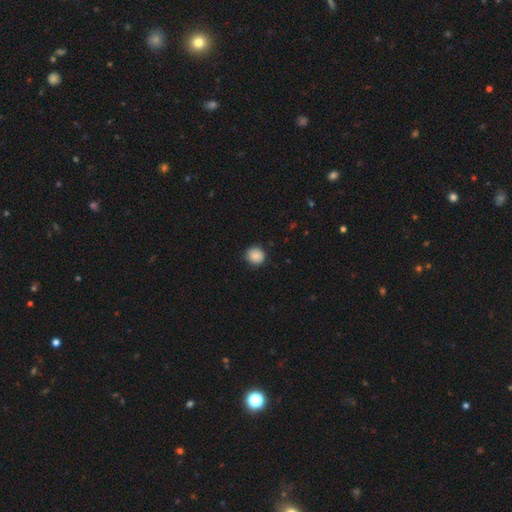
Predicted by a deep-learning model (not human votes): A smooth galaxy with no disk features (87%) that is round (90%). Merging: none (87%).